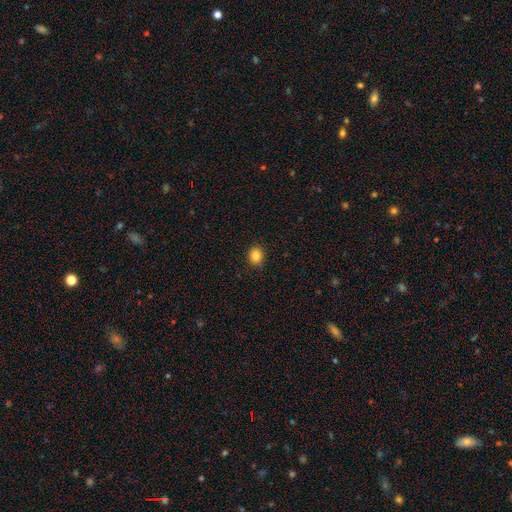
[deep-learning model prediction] A smooth galaxy with no disk features (85%) that is round (75%). Merging: none (88%).